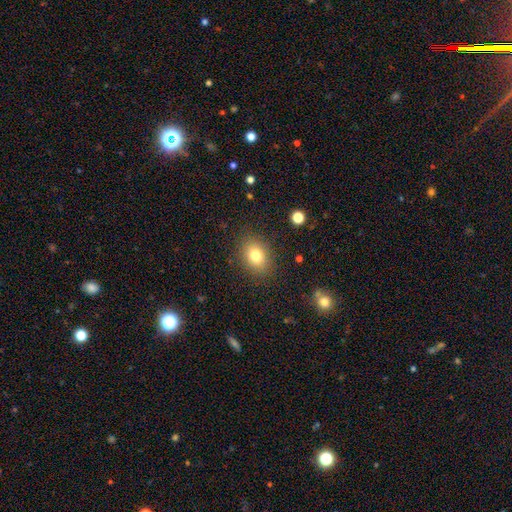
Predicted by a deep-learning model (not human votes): smooth 79%, star or artifact 11%, featured or disk 10%. Down the decision tree: how rounded — in between (65%); merging — none (86%).